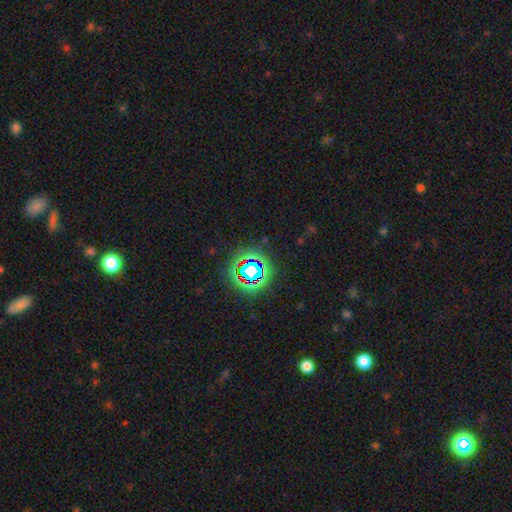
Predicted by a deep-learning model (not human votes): Smooth or featured?
  - star or artifact: 76% *
  - smooth: 15%
  - featured or disk: 9%